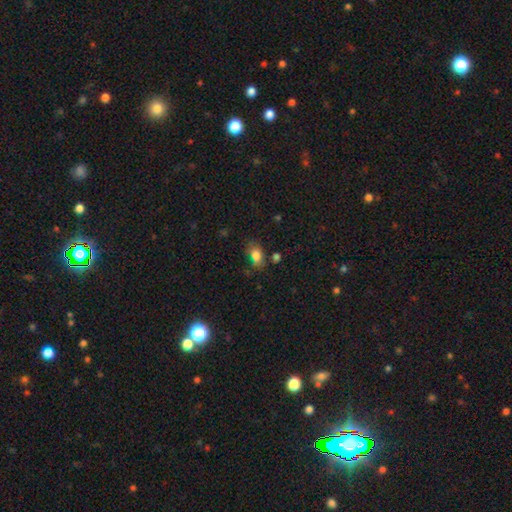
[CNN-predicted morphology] Smooth or featured: smooth — 79% (star or artifact — 11%)
How rounded: in between — 83% (round — 15%)
Merging: none — 60% (minor disturbance — 24%)